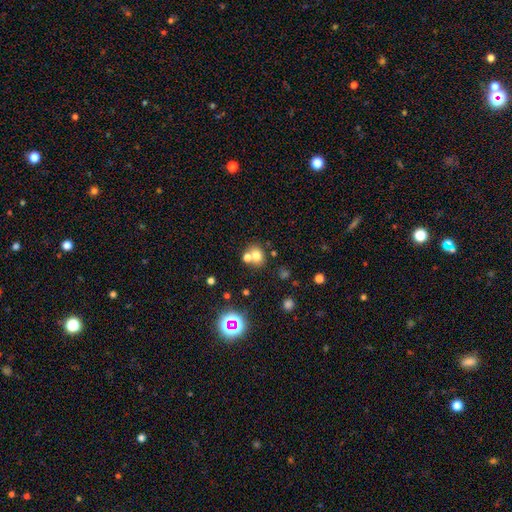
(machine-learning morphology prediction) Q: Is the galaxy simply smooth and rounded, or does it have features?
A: smooth — 70%.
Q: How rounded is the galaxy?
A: round — 66%.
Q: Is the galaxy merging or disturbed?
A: none — 49%.